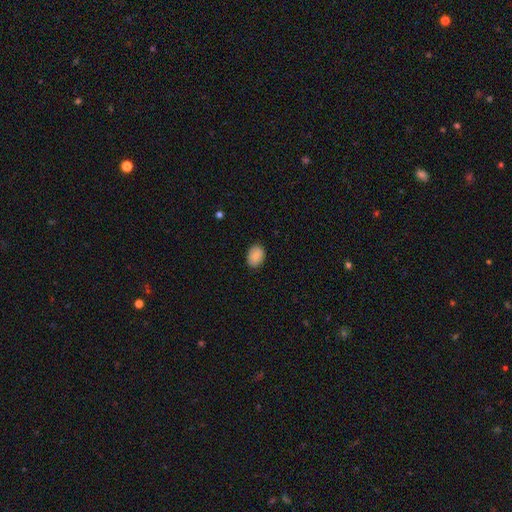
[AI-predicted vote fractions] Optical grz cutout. It shows a smooth galaxy with no disk features (84%) that is in between round and cigar-shaped (73%). Merging: none (87%).